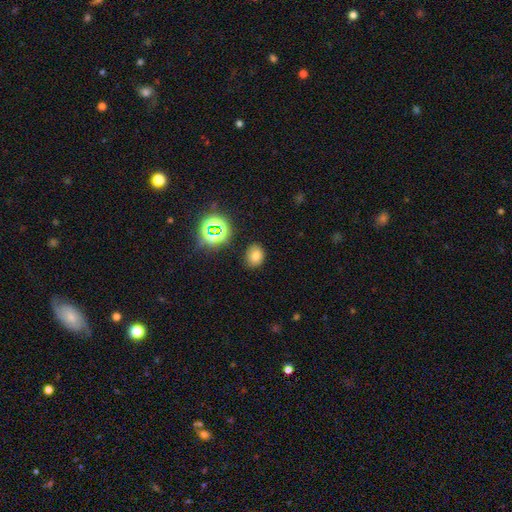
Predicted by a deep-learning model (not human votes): Smooth or featured: smooth — 71% (star or artifact — 20%)
How rounded: round — 52% (in between — 47%)
Merging: none — 84% (minor disturbance — 11%)